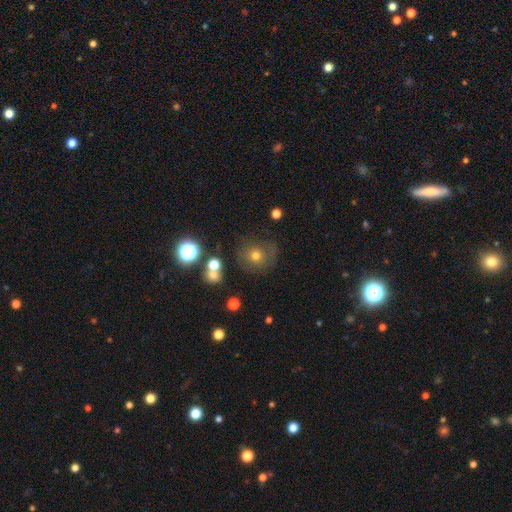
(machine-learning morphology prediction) smooth_or_featured: smooth (p=0.66) [alt: featured or disk p=0.17]
how_rounded: round (p=0.85) [alt: in between p=0.14]
merging: none (p=0.70) [alt: minor disturbance p=0.16]